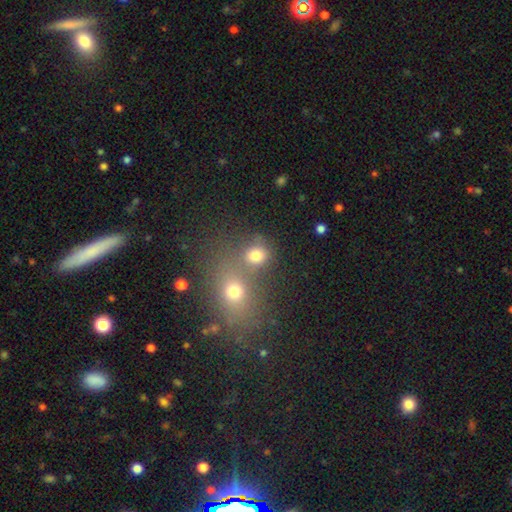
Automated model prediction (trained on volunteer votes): smooth 74%, star or artifact 17%, featured or disk 9%. Down the decision tree: how rounded — round (73%); merging — none (49%).